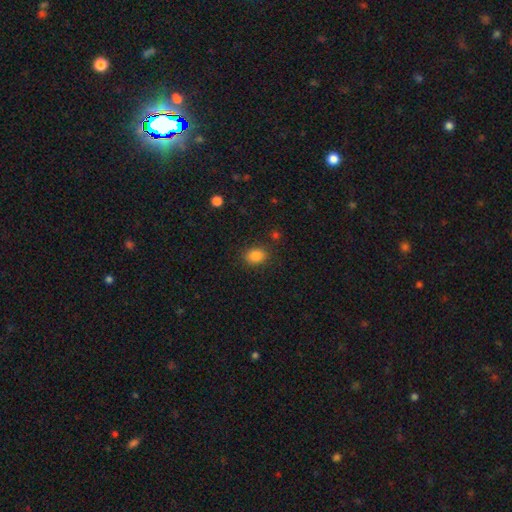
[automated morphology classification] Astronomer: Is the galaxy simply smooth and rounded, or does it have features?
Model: smooth — 85%.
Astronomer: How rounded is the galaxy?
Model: in between — 61% (runner-up: round, 38%).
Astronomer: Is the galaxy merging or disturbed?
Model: none — 85%.